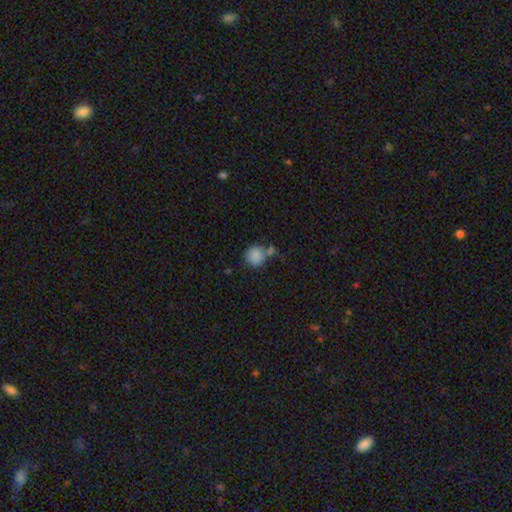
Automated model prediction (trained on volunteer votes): This is clearly a smooth galaxy (86%). How rounded: clearly round (89%). Merging: possibly none (57%).